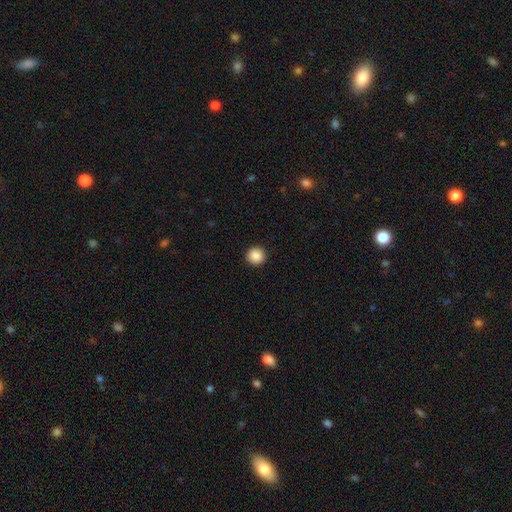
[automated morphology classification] smooth-or-featured: smooth: 88% | star or artifact: 9% | featured or disk: 3%
  how-rounded: round: 95% | in between: 4% | cigar-shaped: 1%
  merging: none: 93% | minor disturbance: 5% | major disturbance: 2% | merger: 1%